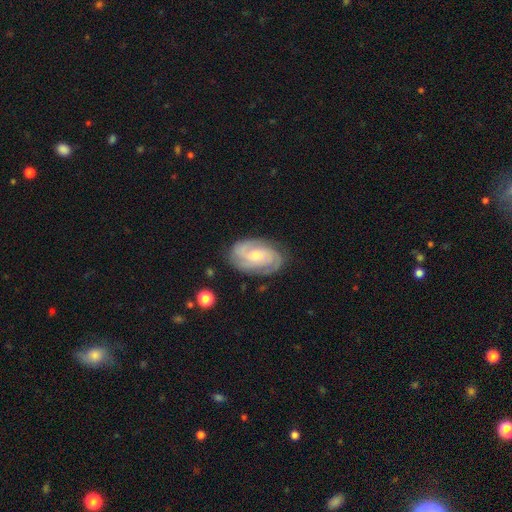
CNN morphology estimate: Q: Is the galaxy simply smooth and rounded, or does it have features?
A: featured or disk — 83%.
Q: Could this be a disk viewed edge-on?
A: no — 97%.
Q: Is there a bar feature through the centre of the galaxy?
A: no — 60%.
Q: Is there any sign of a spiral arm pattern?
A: yes — 97%.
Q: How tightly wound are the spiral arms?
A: tight — 57%.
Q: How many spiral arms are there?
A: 3 — 33%.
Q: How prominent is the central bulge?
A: small — 57%.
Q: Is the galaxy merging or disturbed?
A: none — 77%.